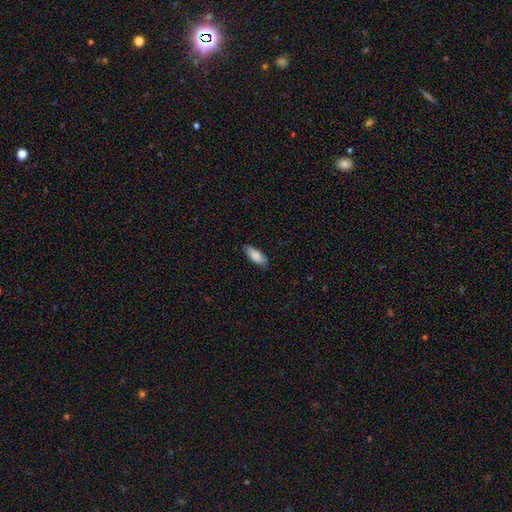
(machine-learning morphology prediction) This is clearly a smooth galaxy (87%). How rounded: clearly in between (82%). Merging: clearly none (83%).